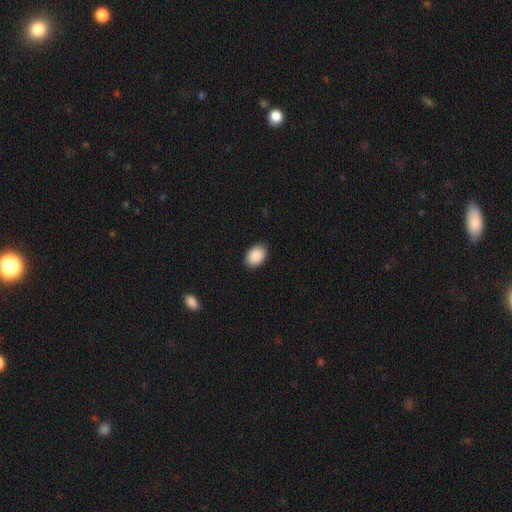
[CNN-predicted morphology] type=smooth (91%); roundness=in between (84%); merging=none (89%).